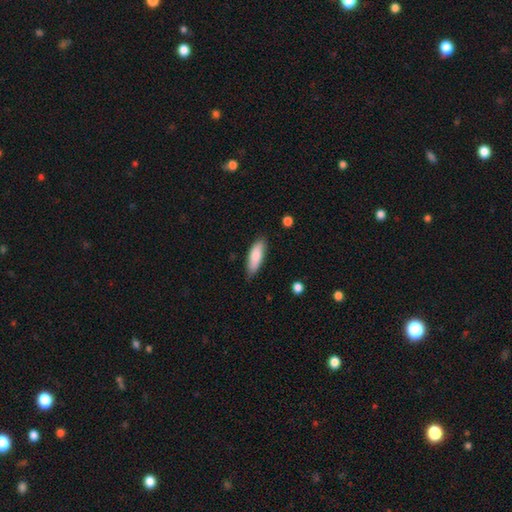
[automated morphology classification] Smooth or featured? smooth (82%)
How rounded? in between (58%)
Merging? none (79%)